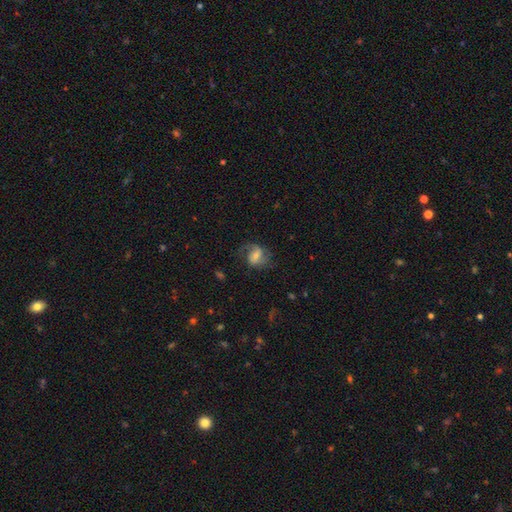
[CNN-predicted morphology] Smooth or featured? featured or disk (60%)
Edge-on disk? no (97%)
Bar? weak (46%)
Spiral arms? yes (88%)
Spiral winding? medium (44%)
Spiral arm count? 2 (74%)
Bulge size? moderate (45%)
Merging? none (59%)